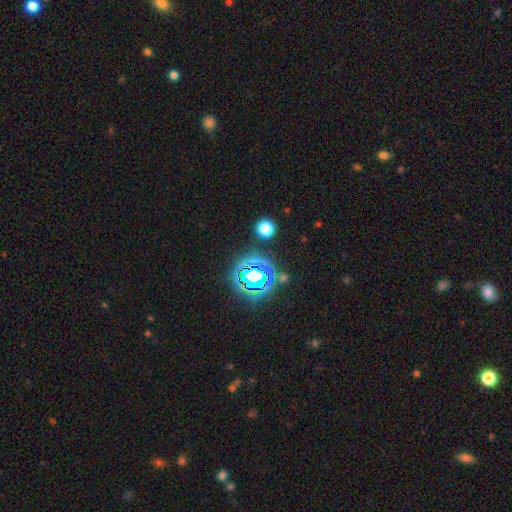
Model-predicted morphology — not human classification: smooth_or_featured: star or artifact (p=0.83) [alt: smooth p=0.11]